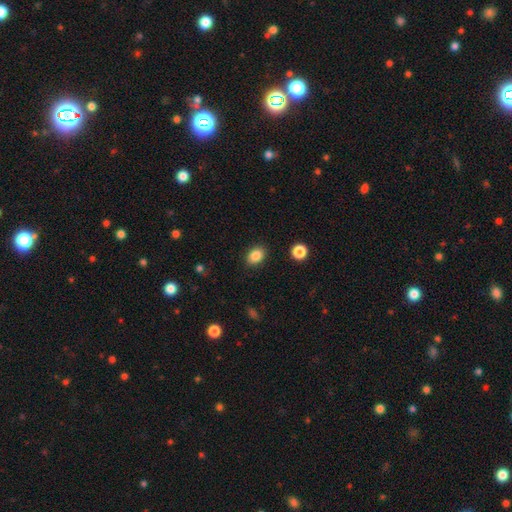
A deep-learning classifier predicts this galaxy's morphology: Smooth or featured?
  - smooth: 86% *
  - star or artifact: 9%
  - featured or disk: 5%
How rounded?
  - in between: 72% *
  - round: 27%
  - cigar-shaped: 1%
Merging?
  - none: 88% *
  - minor disturbance: 8%
  - major disturbance: 2%
  - merger: 1%